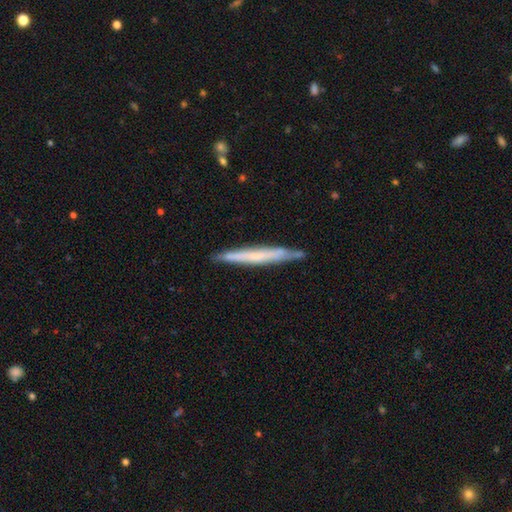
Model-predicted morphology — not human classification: A featured or disk galaxy (47%, tied with smooth). Merging: none (85%).